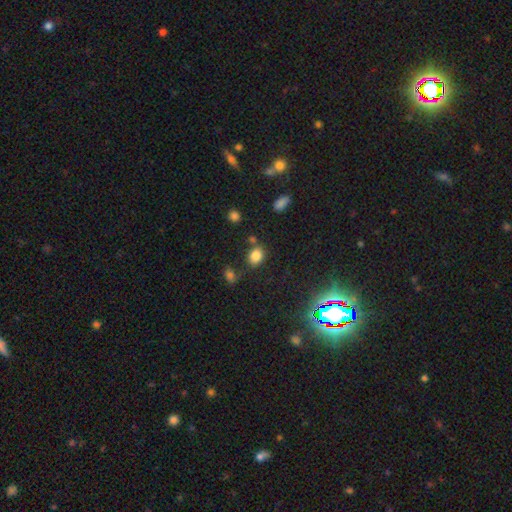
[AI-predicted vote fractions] Smooth or featured: smooth — 81% (star or artifact — 13%)
How rounded: in between — 54% (round — 45%)
Merging: none — 72% (minor disturbance — 14%)